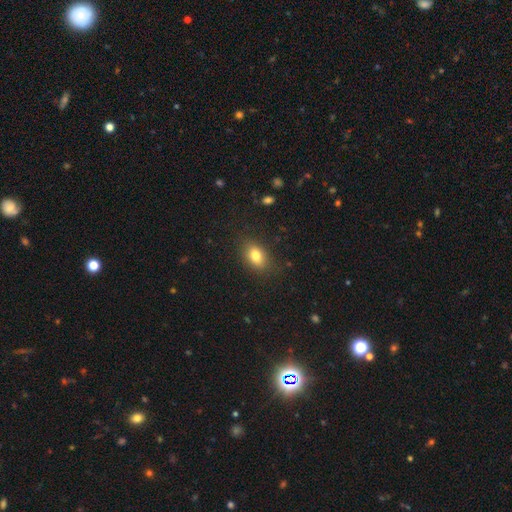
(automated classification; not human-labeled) The model was most divided on "how rounded": in between: 81%, round: 17%, cigar-shaped: 2%. More confident: merging — none (84%); smooth or featured — smooth (80%).